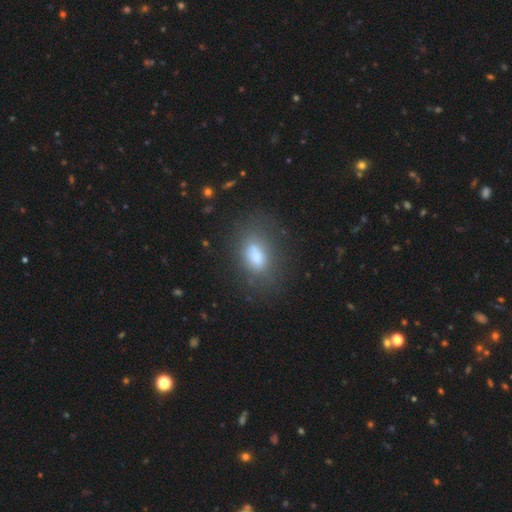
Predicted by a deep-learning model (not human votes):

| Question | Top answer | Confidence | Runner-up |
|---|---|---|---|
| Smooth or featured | smooth | 72% | featured or disk (16%) |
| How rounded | in between | 85% | round (12%) |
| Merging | none | 65% | minor disturbance (19%) |